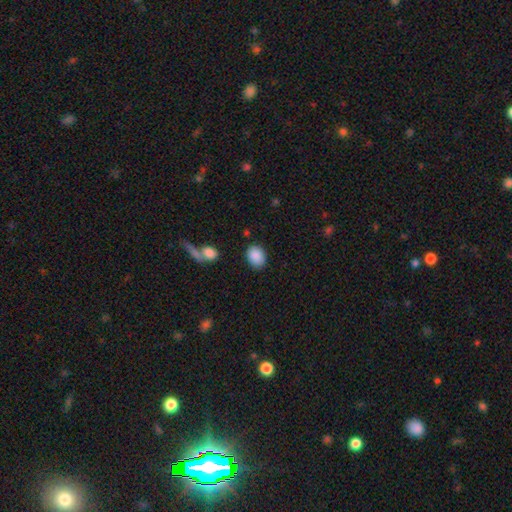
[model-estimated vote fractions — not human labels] The model was most divided on "how rounded": in between: 63%, round: 36%, cigar-shaped: 1%. More confident: smooth or featured — smooth (88%); merging — none (82%).